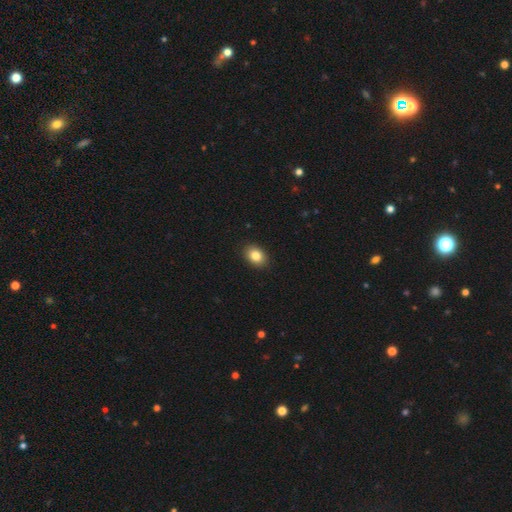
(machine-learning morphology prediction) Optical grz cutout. It shows a smooth galaxy with no disk features (85%) that is in between round and cigar-shaped (69%). Merging: none (90%).